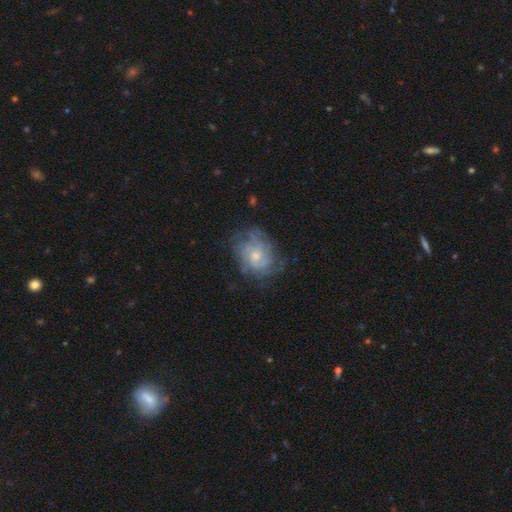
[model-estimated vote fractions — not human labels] Smooth or featured?
  - featured or disk: 75% *
  - smooth: 17%
  - star or artifact: 8%
Edge-on disk?
  - no: 97% *
  - yes: 3%
Bar?
  - no: 75% *
  - weak: 22%
  - strong: 3%
Spiral arms?
  - yes: 88% *
  - no: 12%
Spiral winding?
  - tight: 56% *
  - medium: 32%
  - loose: 12%
Spiral arm count?
  - can't tell: 49% *
  - 4: 16%
  - 3: 12%
  - 2: 9%
  - more than 4: 9%
  - 1: 5%
Bulge size?
  - moderate: 48% *
  - small: 45%
  - large: 3%
  - none: 3%
  - dominant: 1%
Merging?
  - none: 67% *
  - minor disturbance: 20%
  - major disturbance: 11%
  - merger: 1%